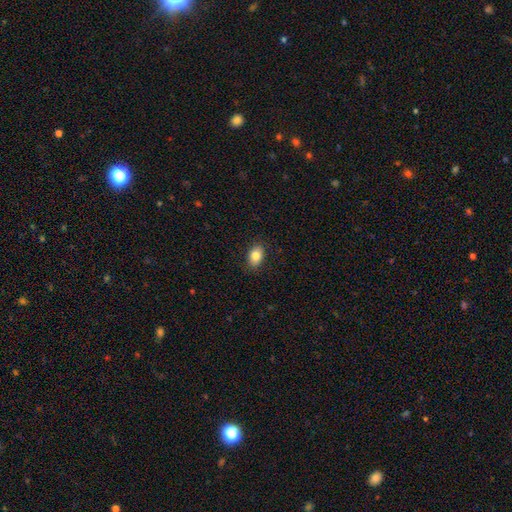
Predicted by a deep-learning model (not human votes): Morphology: type=smooth (84%); roundness=in between (83%); merging=none (87%).